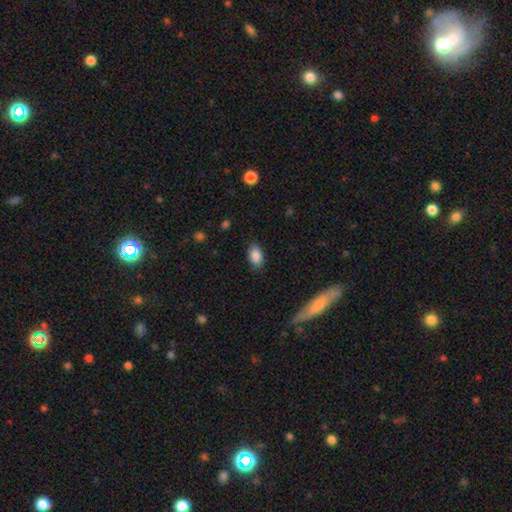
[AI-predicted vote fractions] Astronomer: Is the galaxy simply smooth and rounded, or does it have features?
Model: smooth — 87%.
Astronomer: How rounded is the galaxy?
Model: in between — 91%.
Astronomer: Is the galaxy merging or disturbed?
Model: none — 85%.